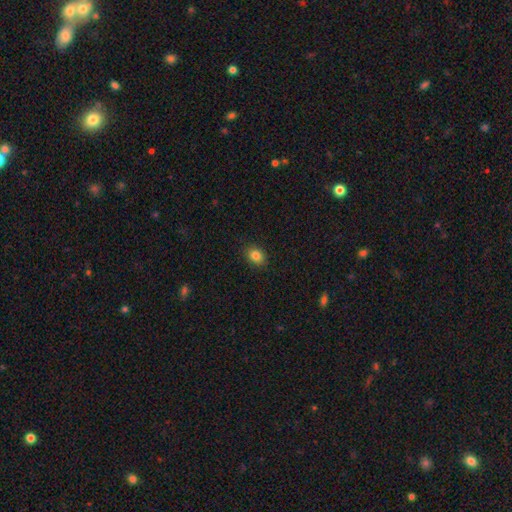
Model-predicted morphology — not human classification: smooth 84%, star or artifact 11%, featured or disk 5%. Down the decision tree: how rounded — in between (58%); merging — none (88%).